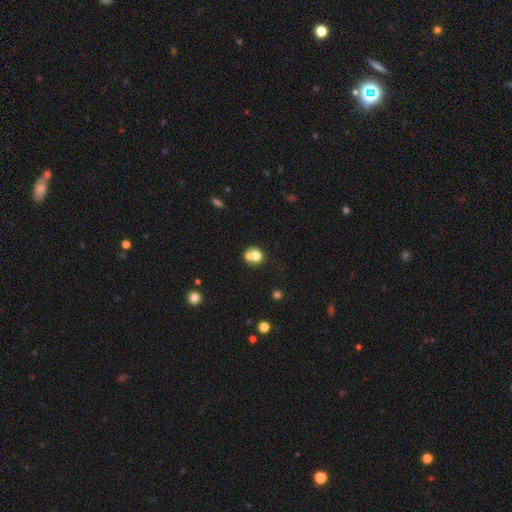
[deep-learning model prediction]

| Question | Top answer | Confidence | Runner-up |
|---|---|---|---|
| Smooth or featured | smooth | 69% | featured or disk (19%) |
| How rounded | round | 77% | in between (22%) |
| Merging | merger | 53% | none (35%) |